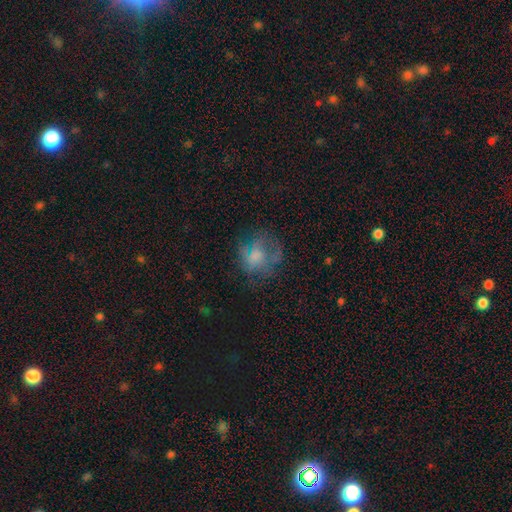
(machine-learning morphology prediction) Smooth or featured? smooth (48%)
Merging? none (49%)